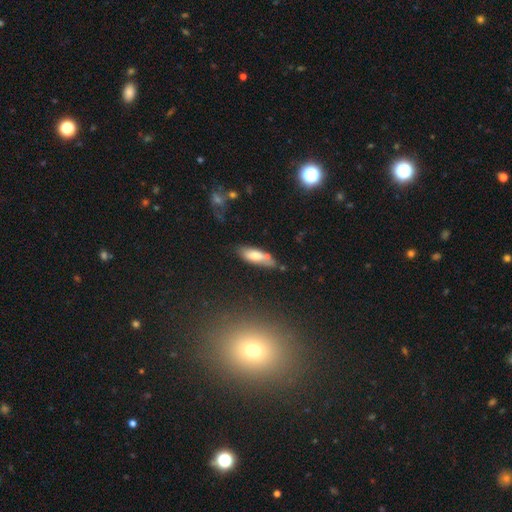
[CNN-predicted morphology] smooth_or_featured: smooth (p=0.70) [alt: featured or disk p=0.22]
how_rounded: in between (p=0.60) [alt: cigar-shaped p=0.38]
merging: none (p=0.54) [alt: minor disturbance p=0.26]